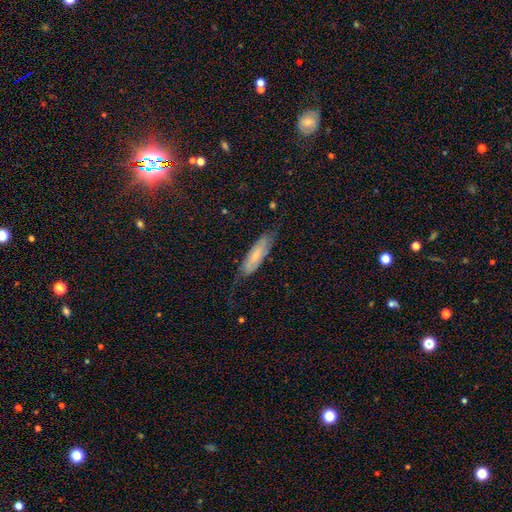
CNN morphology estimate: Overall: smooth (51%; featured or disk 41%). How rounded: cigar-shaped (53%; in between 45%). Merging: none (63%; minor disturbance 25%).